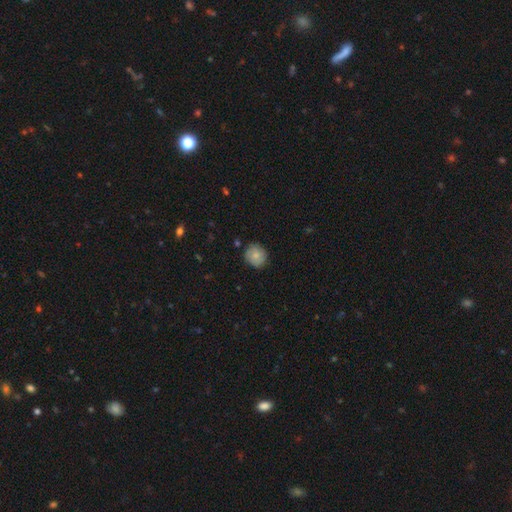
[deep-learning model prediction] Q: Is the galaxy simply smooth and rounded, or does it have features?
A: smooth — 79%.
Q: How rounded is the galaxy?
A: round — 84%.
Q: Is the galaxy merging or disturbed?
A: none — 80%.